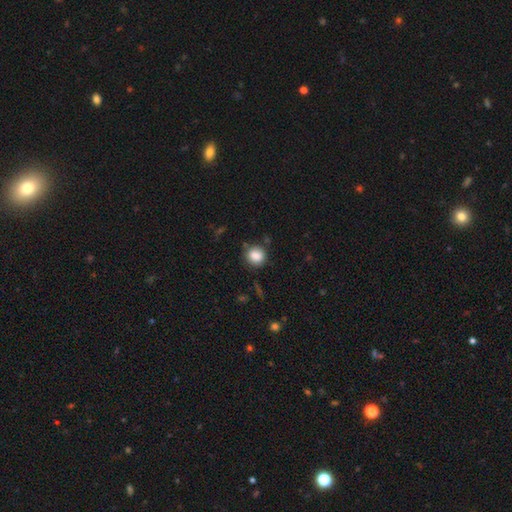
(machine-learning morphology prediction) Smooth or featured: smooth — 86% (star or artifact — 9%)
How rounded: round — 84% (in between — 15%)
Merging: none — 81% (minor disturbance — 12%)